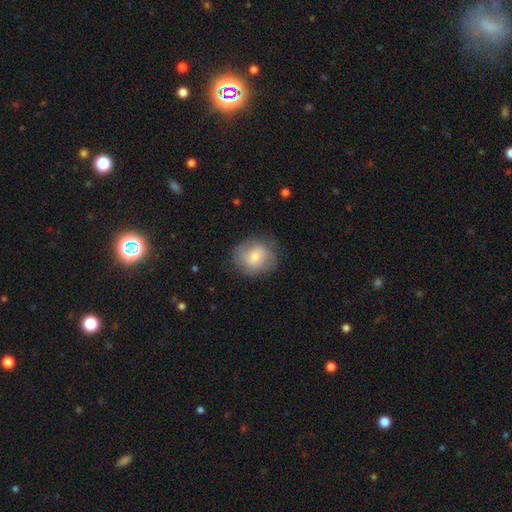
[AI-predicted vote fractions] smooth_or_featured: smooth (p=0.54) [alt: featured or disk p=0.37]
how_rounded: round (p=0.76) [alt: in between p=0.23]
merging: none (p=0.77) [alt: minor disturbance p=0.15]